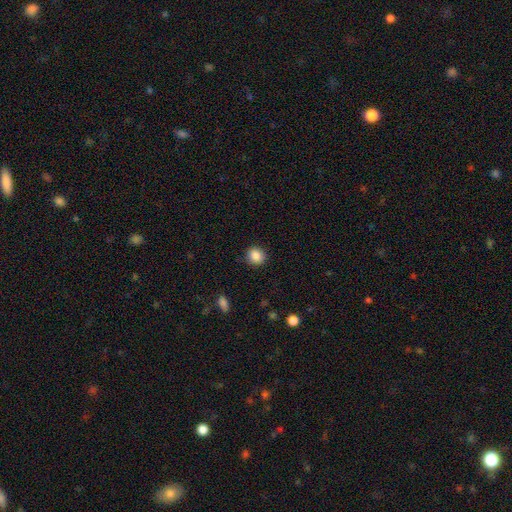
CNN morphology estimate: This is clearly a smooth galaxy (87%). How rounded: clearly round (82%). Merging: clearly none (88%).